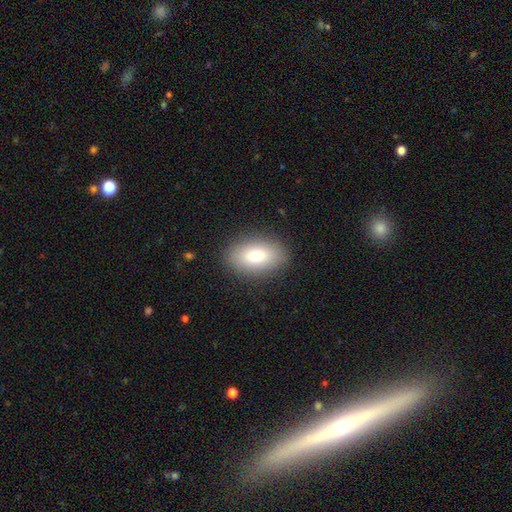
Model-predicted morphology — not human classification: The model was most divided on "smooth or featured": smooth: 82%, featured or disk: 11%, star or artifact: 7%. More confident: how rounded — in between (92%); merging — none (88%).